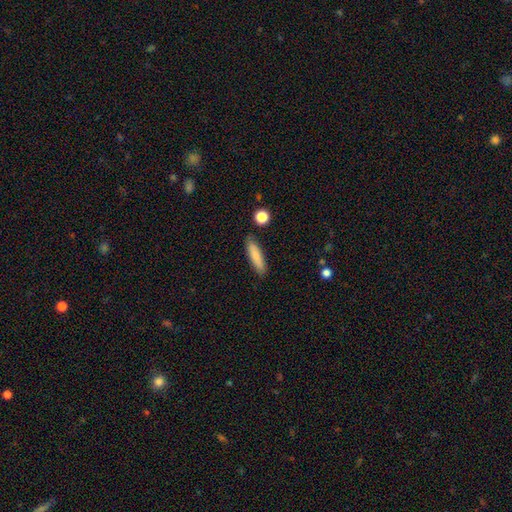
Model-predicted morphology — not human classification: smooth_or_featured: smooth (p=0.78) [alt: featured or disk p=0.15]
how_rounded: cigar-shaped (p=0.72) [alt: in between p=0.26]
merging: none (p=0.86) [alt: minor disturbance p=0.10]